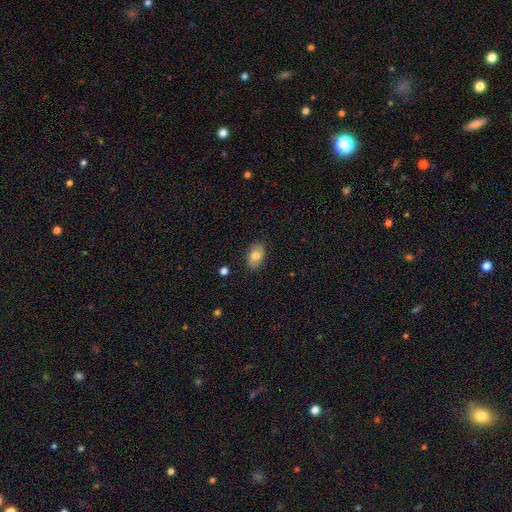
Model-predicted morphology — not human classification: Smooth or featured? smooth (76%)
How rounded? in between (88%)
Merging? none (85%)